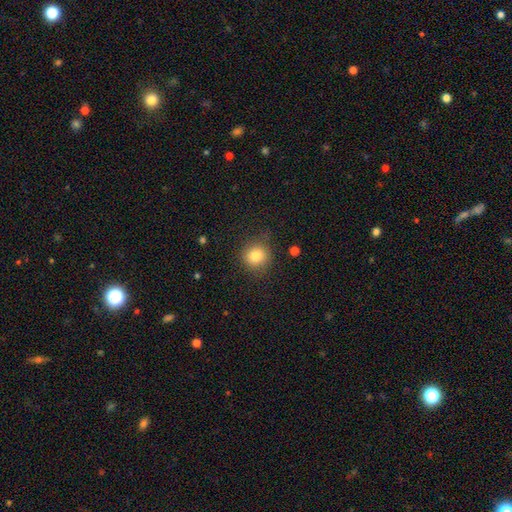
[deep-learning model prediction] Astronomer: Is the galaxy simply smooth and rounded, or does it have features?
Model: smooth — 82%.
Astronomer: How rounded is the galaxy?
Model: round — 90%.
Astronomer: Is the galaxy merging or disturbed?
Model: none — 84%.